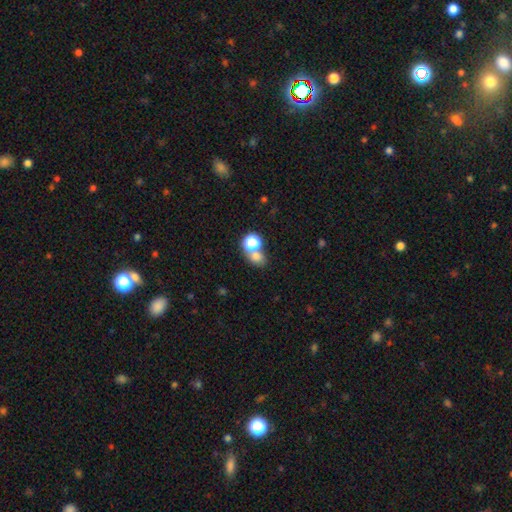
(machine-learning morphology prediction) Smooth or featured?
  - smooth: 71% *
  - star or artifact: 19%
  - featured or disk: 10%
How rounded?
  - round: 63% *
  - in between: 35%
  - cigar-shaped: 1%
Merging?
  - none: 45% *
  - merger: 42%
  - minor disturbance: 8%
  - major disturbance: 5%